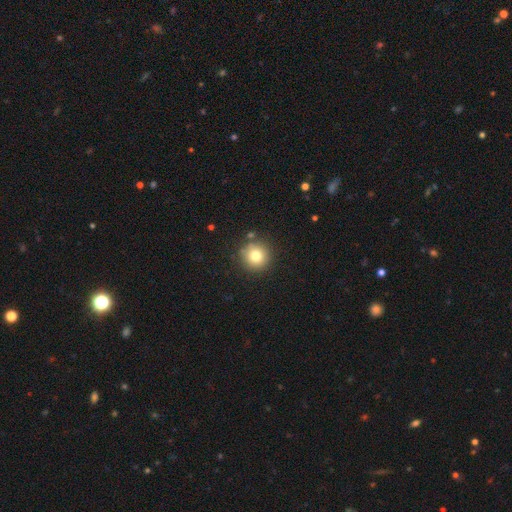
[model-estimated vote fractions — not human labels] smooth-or-featured: smooth: 78% | star or artifact: 12% | featured or disk: 10%
  how-rounded: round: 94% | in between: 5% | cigar-shaped: 1%
  merging: none: 85% | minor disturbance: 8% | merger: 4% | major disturbance: 3%